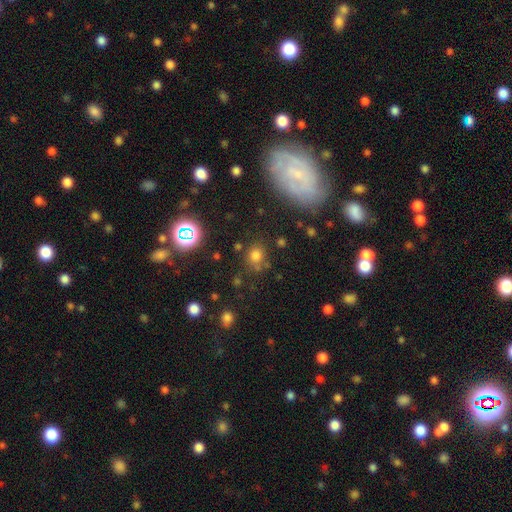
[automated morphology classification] Smooth or featured? smooth (69%)
How rounded? round (71%)
Merging? none (74%)